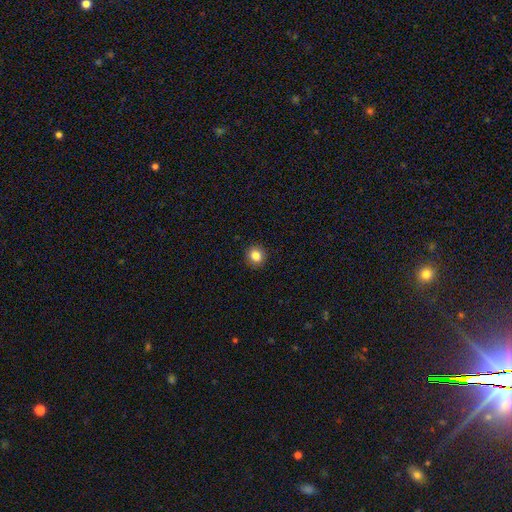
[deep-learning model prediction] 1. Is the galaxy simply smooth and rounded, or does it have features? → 85% smooth, 10% star or artifact, 5% featured or disk.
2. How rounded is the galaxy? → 87% round, 12% in between, 1% cigar-shaped.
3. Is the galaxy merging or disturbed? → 91% none, 6% minor disturbance, 2% major disturbance, 1% merger.